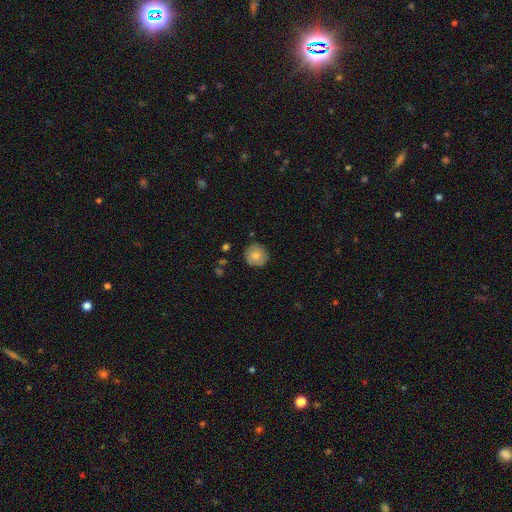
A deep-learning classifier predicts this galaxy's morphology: A smooth galaxy with no disk features (78%) that is round (93%). Merging: none (85%).